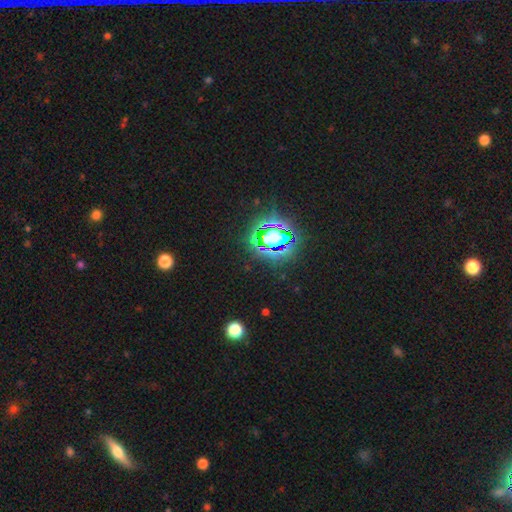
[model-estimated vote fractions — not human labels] Q: Smooth or featured?
A: star or artifact (80%); runner-up: smooth (13%)